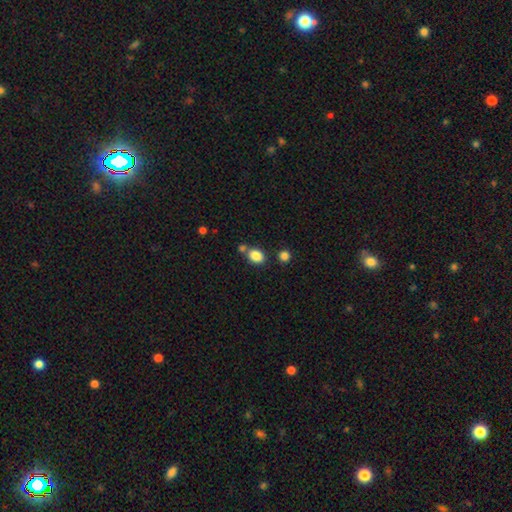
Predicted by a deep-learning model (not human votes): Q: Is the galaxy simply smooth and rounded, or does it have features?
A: smooth — 85%.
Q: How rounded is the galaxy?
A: in between — 68%.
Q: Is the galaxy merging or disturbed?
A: none — 65%.